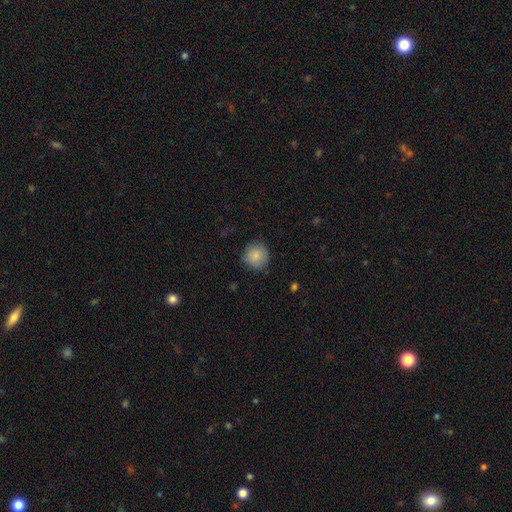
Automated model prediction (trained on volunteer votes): This is clearly a smooth galaxy (86%). How rounded: clearly round (93%). Merging: clearly none (84%).